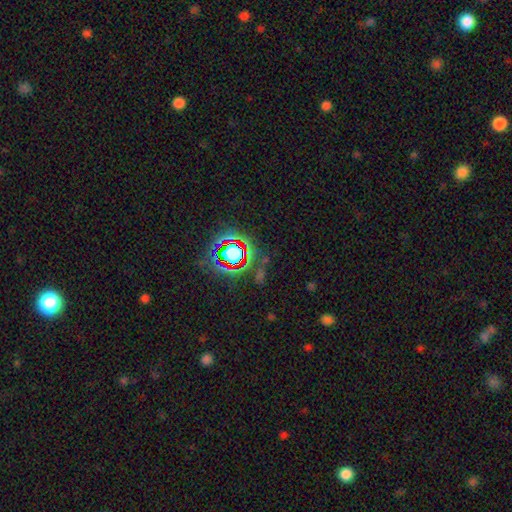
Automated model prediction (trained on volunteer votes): Smooth or featured? Predicted: star or artifact (p=0.78).